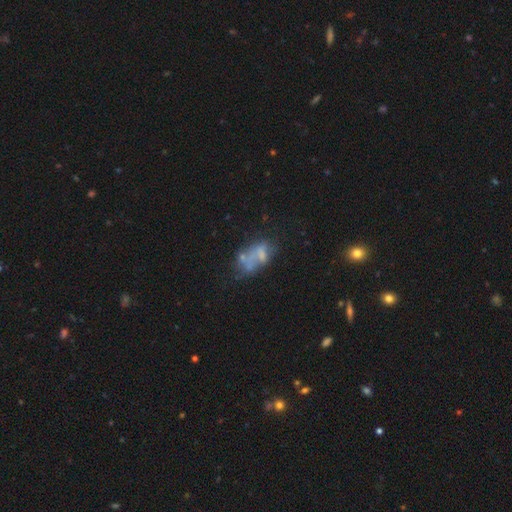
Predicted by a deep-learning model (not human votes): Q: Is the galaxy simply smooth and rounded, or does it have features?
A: featured or disk — 46%.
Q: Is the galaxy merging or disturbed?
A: merger — 30%.